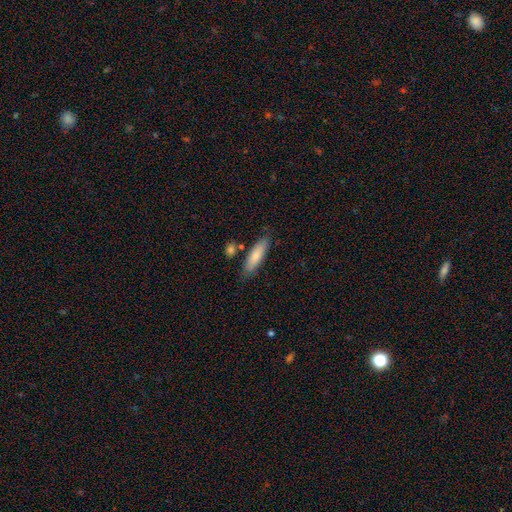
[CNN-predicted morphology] A smooth galaxy with no disk features (78%) that is cigar-shaped (62%).

Vote fractions:
- Smooth or featured? smooth: 78% / featured or disk: 16% / star or artifact: 6%
- How rounded? cigar-shaped: 62% / in between: 37% / round: 2%
- Merging? none: 78% / minor disturbance: 13% / merger: 6% / major disturbance: 3%